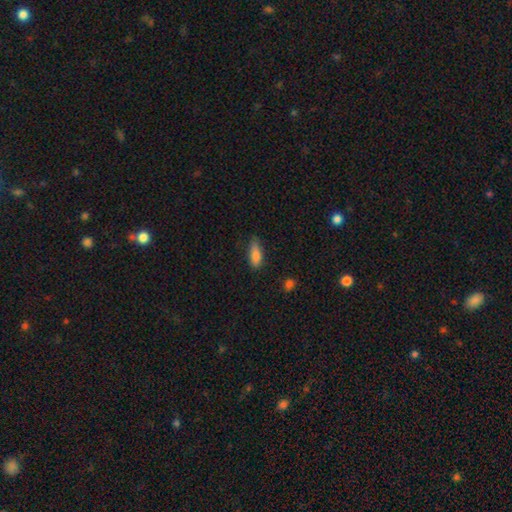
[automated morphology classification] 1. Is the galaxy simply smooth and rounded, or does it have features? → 83% smooth, 10% featured or disk, 7% star or artifact.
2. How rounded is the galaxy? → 65% in between, 33% cigar-shaped, 2% round.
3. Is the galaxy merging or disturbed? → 66% none, 28% minor disturbance, 5% major disturbance, 2% merger.